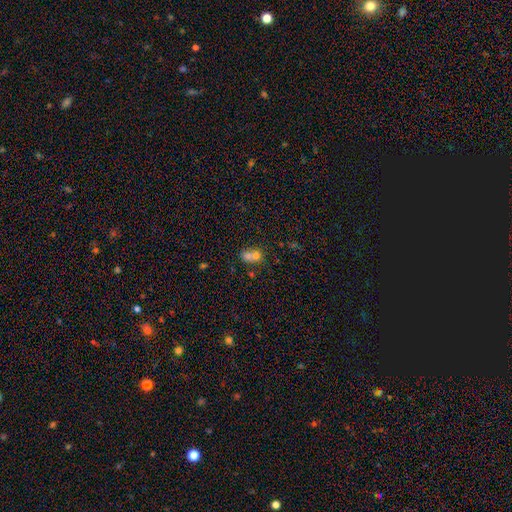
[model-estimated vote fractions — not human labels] Q: Smooth or featured?
A: smooth (69%); runner-up: featured or disk (19%)
Q: How rounded?
A: round (64%); runner-up: in between (35%)
Q: Merging?
A: merger (70%); runner-up: none (22%)